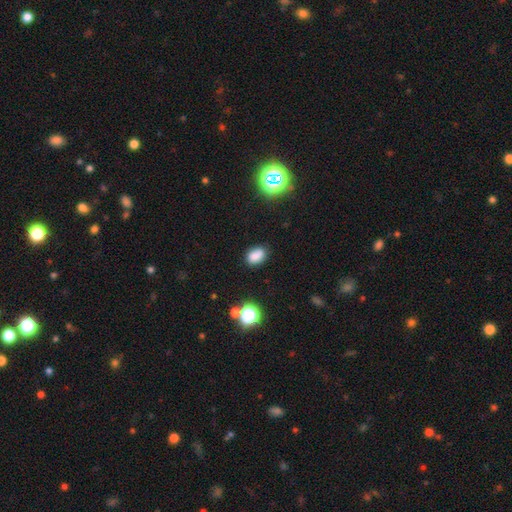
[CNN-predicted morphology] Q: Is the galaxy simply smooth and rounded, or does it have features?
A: smooth — 79%.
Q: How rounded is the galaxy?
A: in between — 77%.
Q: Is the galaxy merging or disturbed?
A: none — 74%.